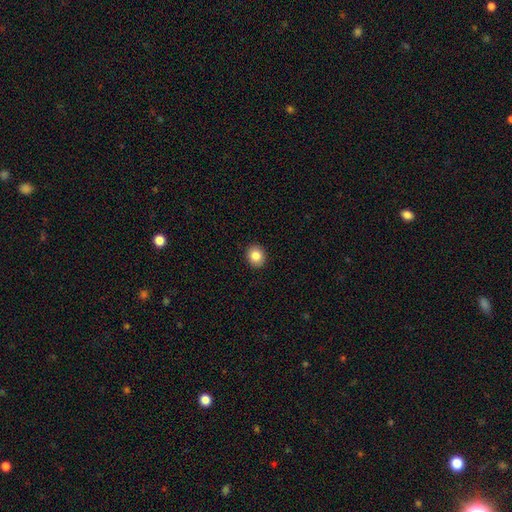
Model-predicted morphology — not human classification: type=smooth (85%); roundness=round (76%); merging=none (92%).